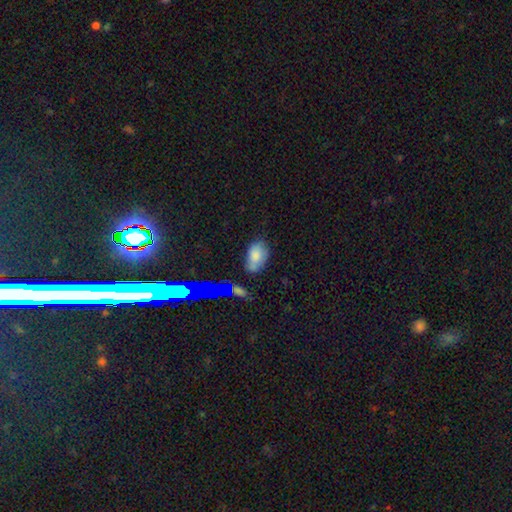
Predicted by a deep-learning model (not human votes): Morphology: type=smooth (77%); roundness=in between (92%); merging=none (62%).